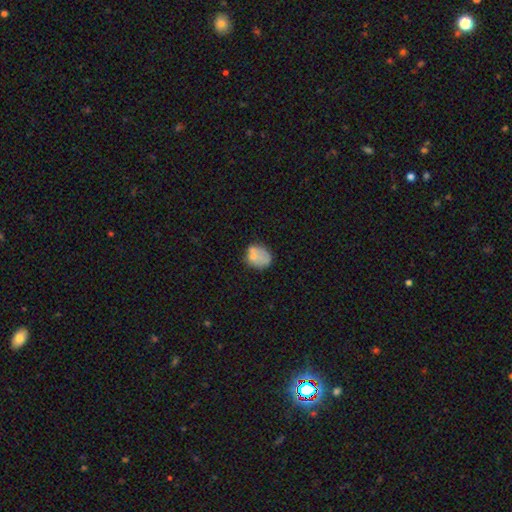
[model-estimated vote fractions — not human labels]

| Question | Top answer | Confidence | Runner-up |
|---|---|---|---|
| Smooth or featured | smooth | 69% | featured or disk (22%) |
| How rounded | round | 52% | in between (46%) |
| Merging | none | 53% | minor disturbance (23%) |